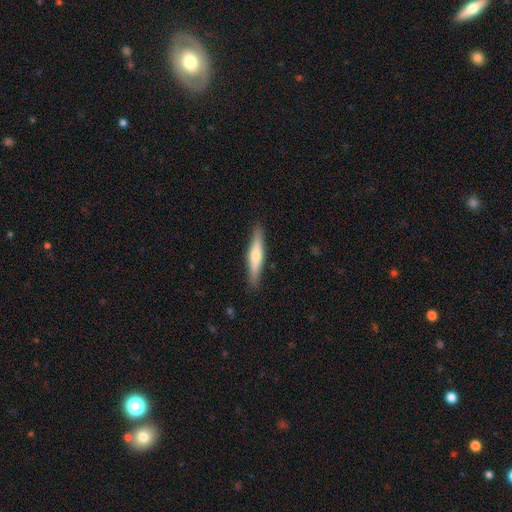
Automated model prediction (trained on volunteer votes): Smooth or featured?
  - featured or disk: 48% *
  - smooth: 47%
  - star or artifact: 5%
Merging?
  - none: 89% *
  - minor disturbance: 8%
  - major disturbance: 2%
  - merger: 1%